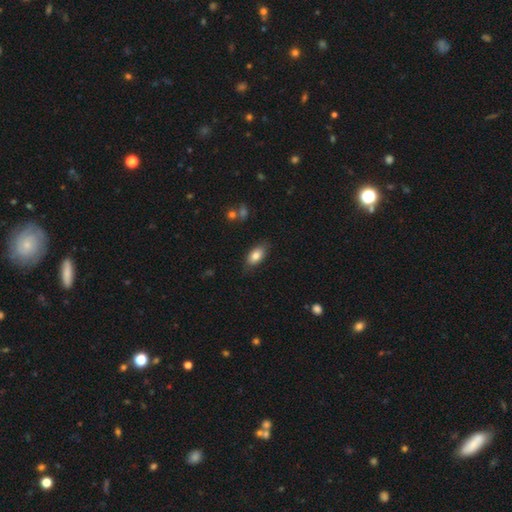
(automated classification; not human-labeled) smooth_or_featured: smooth (p=0.81) [alt: featured or disk p=0.11]
how_rounded: in between (p=0.90) [alt: cigar-shaped p=0.06]
merging: none (p=0.80) [alt: minor disturbance p=0.15]